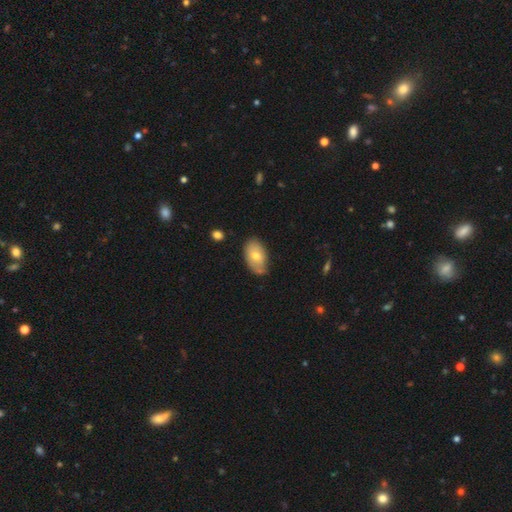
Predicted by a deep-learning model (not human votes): Smooth or featured? Predicted: smooth (p=0.66). How rounded? Predicted: in between (p=0.91). Merging? Predicted: none (p=0.62).